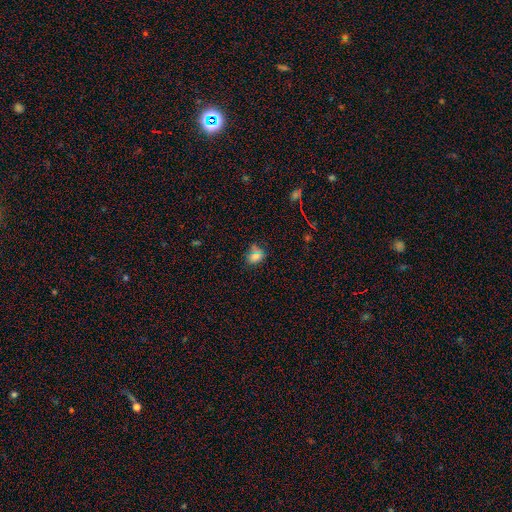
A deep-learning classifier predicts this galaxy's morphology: The model was most divided on "how rounded": in between: 53%, round: 44%, cigar-shaped: 3%. More confident: merging — none (75%); smooth or featured — smooth (64%).